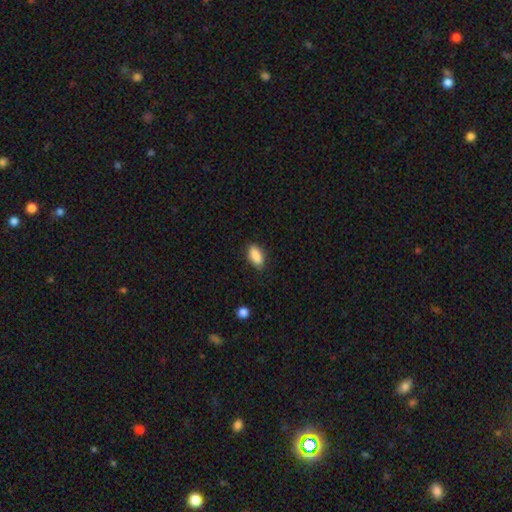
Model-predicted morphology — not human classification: A smooth galaxy with no disk features (88%) that is in between round and cigar-shaped (86%).

Vote fractions:
- Smooth or featured? smooth: 88% / star or artifact: 7% / featured or disk: 5%
- How rounded? in between: 86% / cigar-shaped: 10% / round: 4%
- Merging? none: 84% / minor disturbance: 12% / major disturbance: 3% / merger: 1%